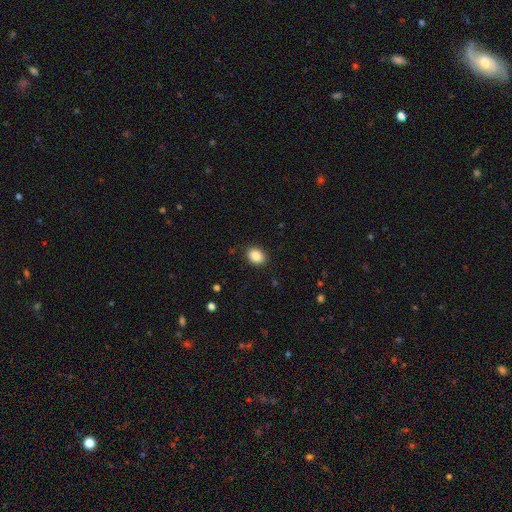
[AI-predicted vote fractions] The model was most divided on "how rounded": in between: 64%, round: 35%, cigar-shaped: 1%. More confident: merging — none (88%); smooth or featured — smooth (87%).